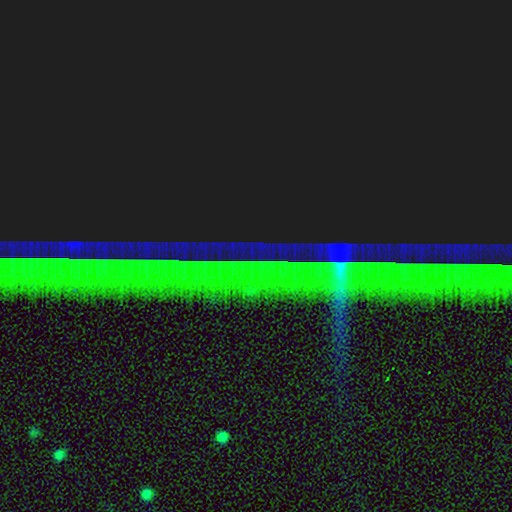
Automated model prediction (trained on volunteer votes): star or artifact 85%, featured or disk 8%, smooth 7%.